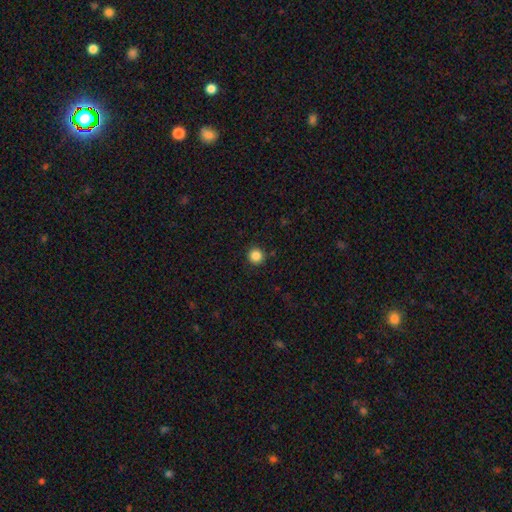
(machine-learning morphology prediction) smooth-or-featured: smooth: 86% | star or artifact: 11% | featured or disk: 3%
  how-rounded: round: 95% | in between: 4% | cigar-shaped: 1%
  merging: none: 91% | minor disturbance: 6% | major disturbance: 2% | merger: 1%